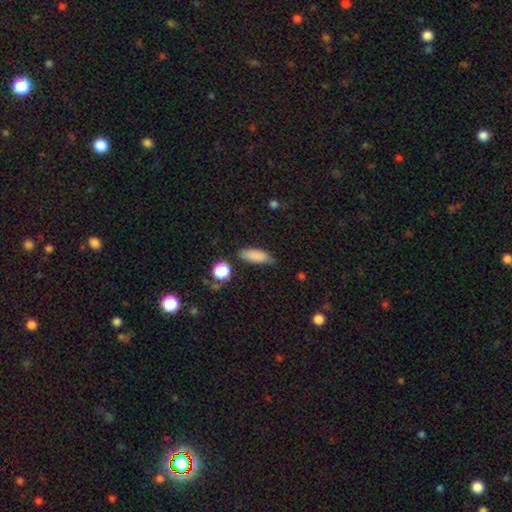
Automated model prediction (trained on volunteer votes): smooth_or_featured: smooth (p=0.85) [alt: star or artifact p=0.08]
how_rounded: in between (p=0.73) [alt: cigar-shaped p=0.24]
merging: none (p=0.70) [alt: minor disturbance p=0.22]